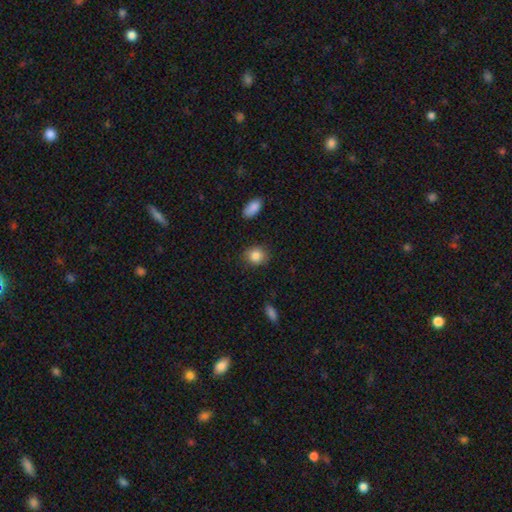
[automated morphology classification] Smooth or featured?
  - smooth: 86% *
  - star or artifact: 8%
  - featured or disk: 6%
How rounded?
  - round: 66% *
  - in between: 32%
  - cigar-shaped: 1%
Merging?
  - none: 85% *
  - minor disturbance: 10%
  - major disturbance: 3%
  - merger: 2%